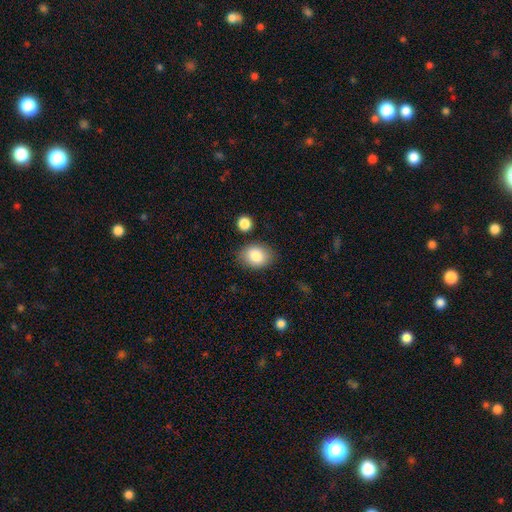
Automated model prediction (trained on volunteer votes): This appears to be a smooth galaxy with no disk features (85%) that is in between round and cigar-shaped (66%). Merging: none (81%).